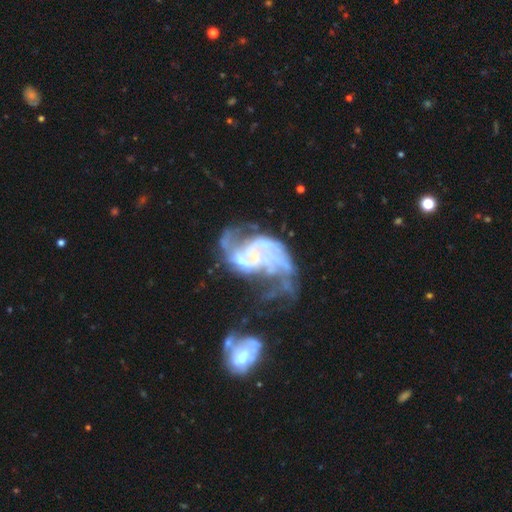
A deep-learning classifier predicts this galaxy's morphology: A featured or disk galaxy (83%) with no bar (66%), 2 (48%) loose (48%) spiral arms (81%) and no central bulge (50%). Merging: major disturbance (40%).